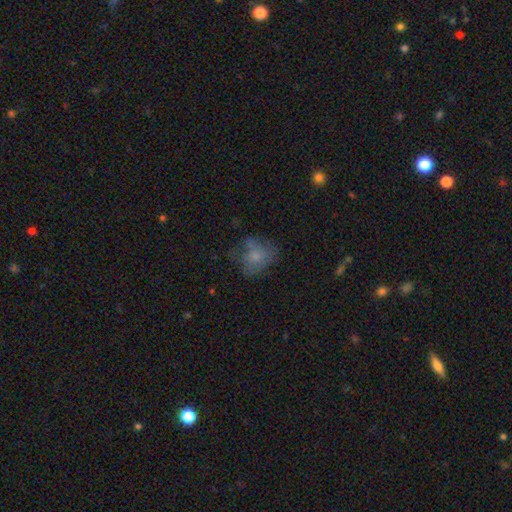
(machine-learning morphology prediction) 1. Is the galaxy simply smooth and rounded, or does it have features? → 64% smooth, 25% featured or disk, 12% star or artifact.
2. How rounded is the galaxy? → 54% round, 45% in between, 1% cigar-shaped.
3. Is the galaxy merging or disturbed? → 45% none, 25% minor disturbance, 24% major disturbance, 5% merger.